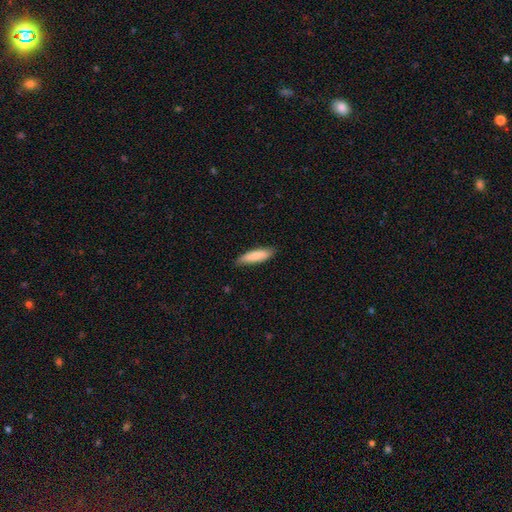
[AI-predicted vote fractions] This appears to be a smooth galaxy with no disk features (82%) that is cigar-shaped (65%). Merging: none (83%).